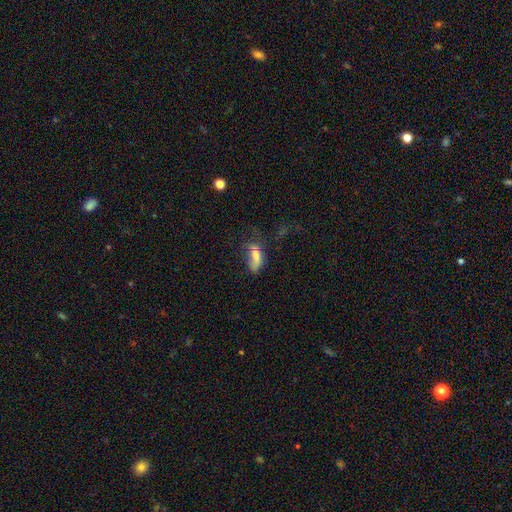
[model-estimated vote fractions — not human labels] Smooth or featured? Predicted: smooth (p=0.67). How rounded? Predicted: in between (p=0.82). Merging? Predicted: major disturbance (p=0.42).